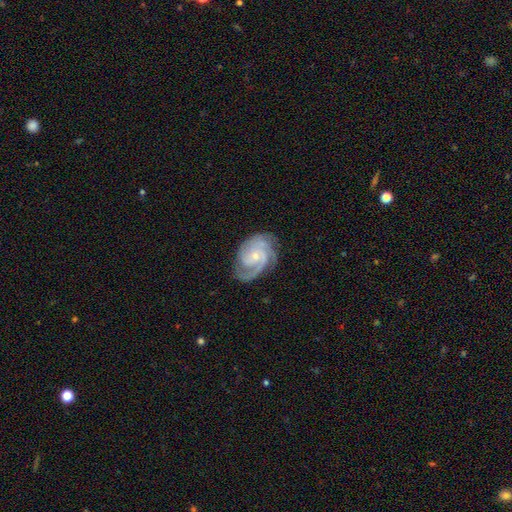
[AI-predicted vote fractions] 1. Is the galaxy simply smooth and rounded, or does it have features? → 90% featured or disk, 6% smooth, 5% star or artifact.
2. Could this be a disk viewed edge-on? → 98% no, 2% yes.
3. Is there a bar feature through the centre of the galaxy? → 69% no, 25% weak, 5% strong.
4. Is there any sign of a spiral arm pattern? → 98% yes, 2% no.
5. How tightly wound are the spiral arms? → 57% tight, 37% medium, 6% loose.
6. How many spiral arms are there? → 48% 3, 20% 2, 11% can't tell, 10% 4, 5% 1, 5% more than 4.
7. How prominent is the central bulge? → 72% small, 24% moderate, 2% none, 1% large, 1% dominant.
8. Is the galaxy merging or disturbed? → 75% none, 17% minor disturbance, 6% major disturbance, 1% merger.